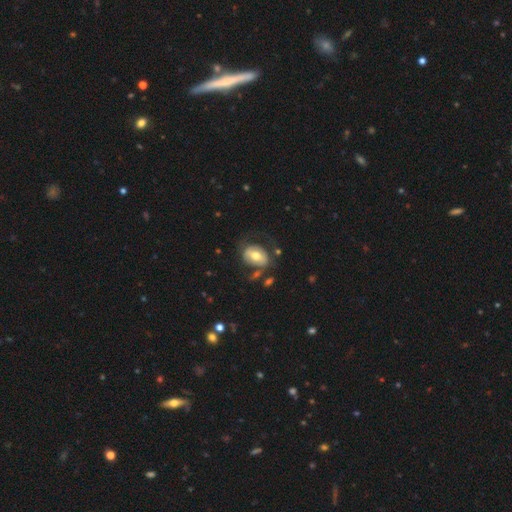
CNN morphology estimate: smooth 53%, featured or disk 41%, star or artifact 6%. Down the decision tree: how rounded — in between (77%); merging — none (53%).